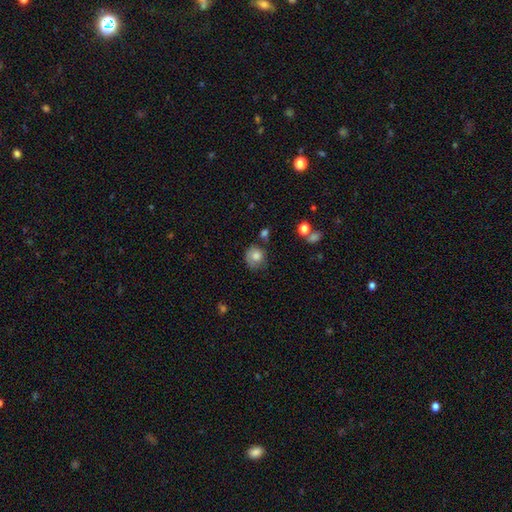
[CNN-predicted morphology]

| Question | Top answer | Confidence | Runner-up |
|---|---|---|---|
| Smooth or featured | smooth | 77% | featured or disk (14%) |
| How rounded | round | 78% | in between (21%) |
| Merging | none | 59% | minor disturbance (26%) |